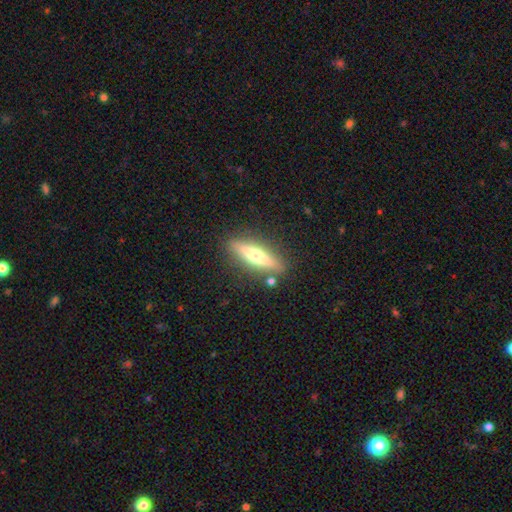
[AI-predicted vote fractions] A featured or disk galaxy (58%) viewed edge-on (92%) with a rounded central bulge (93%).

Vote fractions:
- Smooth or featured? featured or disk: 58% / smooth: 36% / star or artifact: 6%
- Edge-on disk? yes: 92% / no: 8%
- Edge-on bulge? rounded: 93% / none: 4% / boxy: 3%
- Merging? none: 86% / minor disturbance: 9% / merger: 3% / major disturbance: 2%